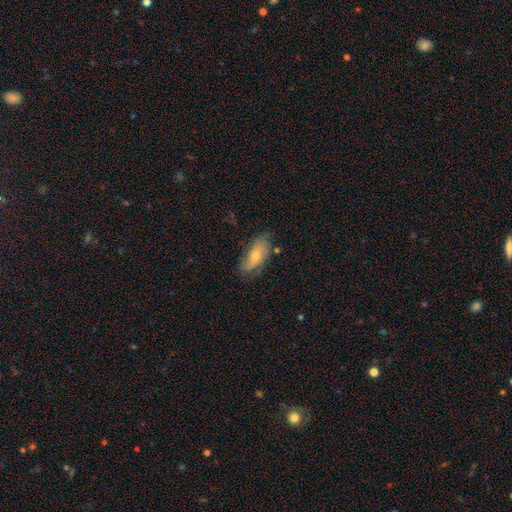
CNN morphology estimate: Overall: smooth (50%; featured or disk 43%). Merging: none (63%; minor disturbance 25%).